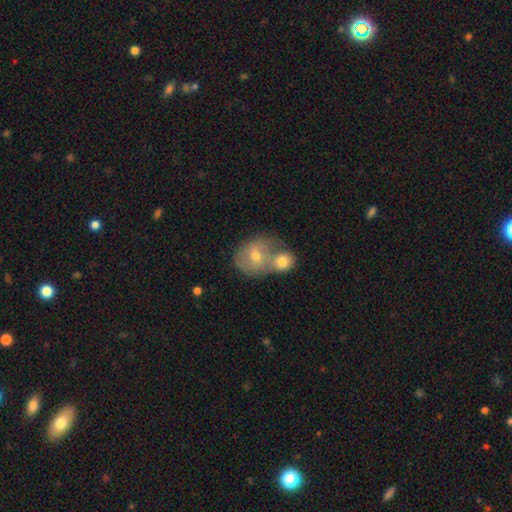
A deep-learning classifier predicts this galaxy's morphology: smooth_or_featured: smooth (p=0.59) [alt: featured or disk p=0.32]
how_rounded: round (p=0.61) [alt: in between p=0.38]
merging: merger (p=0.63) [alt: none p=0.25]